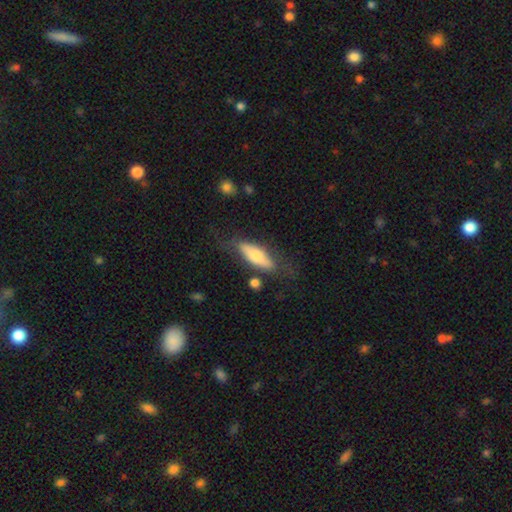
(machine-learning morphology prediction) Smooth or featured?
  - smooth: 63% *
  - featured or disk: 31%
  - star or artifact: 6%
How rounded?
  - in between: 60% *
  - cigar-shaped: 38%
  - round: 2%
Merging?
  - none: 67% *
  - minor disturbance: 20%
  - major disturbance: 9%
  - merger: 4%